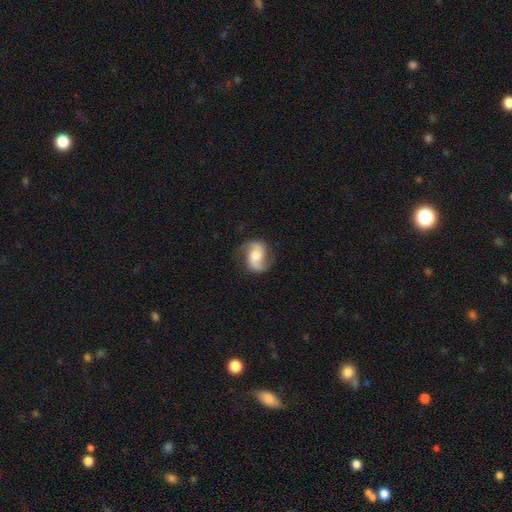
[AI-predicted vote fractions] Smooth or featured?
  - featured or disk: 76% *
  - smooth: 18%
  - star or artifact: 6%
Edge-on disk?
  - no: 98% *
  - yes: 2%
Bar?
  - no: 52% *
  - weak: 36%
  - strong: 13%
Spiral arms?
  - yes: 95% *
  - no: 5%
Spiral winding?
  - medium: 46% *
  - loose: 38%
  - tight: 17%
Spiral arm count?
  - 2: 92% *
  - can't tell: 3%
  - 1: 2%
  - 3: 1%
  - 4: 1%
  - more than 4: 1%
Bulge size?
  - moderate: 51% *
  - large: 21%
  - small: 20%
  - none: 5%
  - dominant: 3%
Merging?
  - none: 77% *
  - minor disturbance: 15%
  - major disturbance: 7%
  - merger: 1%